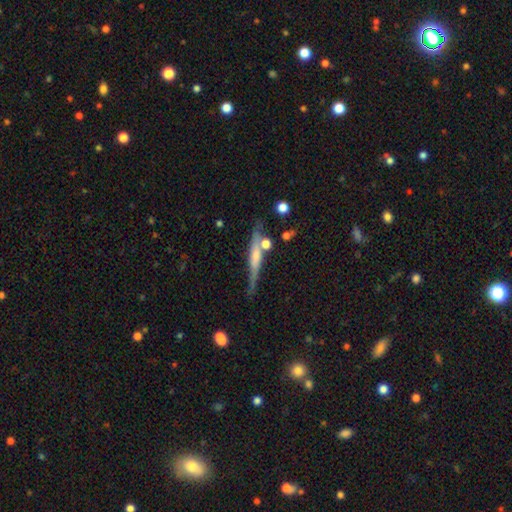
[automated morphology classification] Smooth or featured? featured or disk (57%)
Edge-on disk? yes (91%)
Edge-on bulge? rounded (47%)
Merging? none (64%)